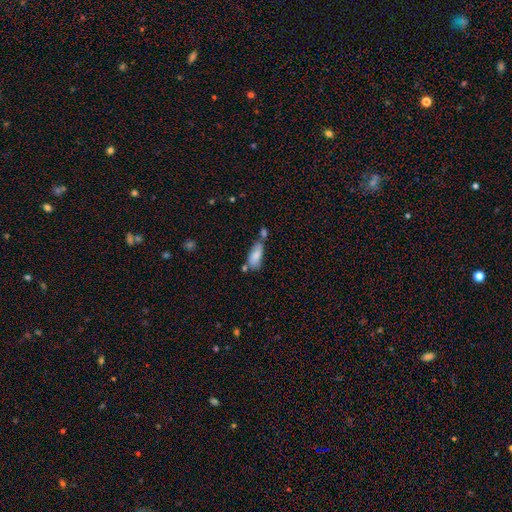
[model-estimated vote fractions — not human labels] The model was most divided on "merging": none: 40%, merger: 31%, minor disturbance: 21%, major disturbance: 7%. More confident: smooth or featured — smooth (81%); how rounded — in between (77%).